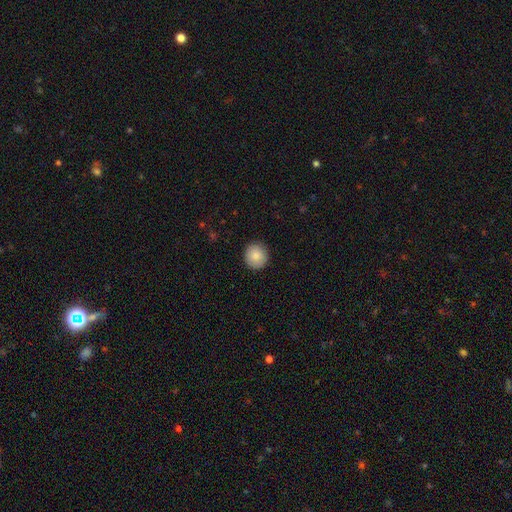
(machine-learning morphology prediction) A smooth galaxy with no disk features (86%) that is round (91%).

Vote fractions:
- Smooth or featured? smooth: 86% / star or artifact: 7% / featured or disk: 7%
- How rounded? round: 91% / in between: 8% / cigar-shaped: 1%
- Merging? none: 90% / minor disturbance: 7% / major disturbance: 2% / merger: 1%